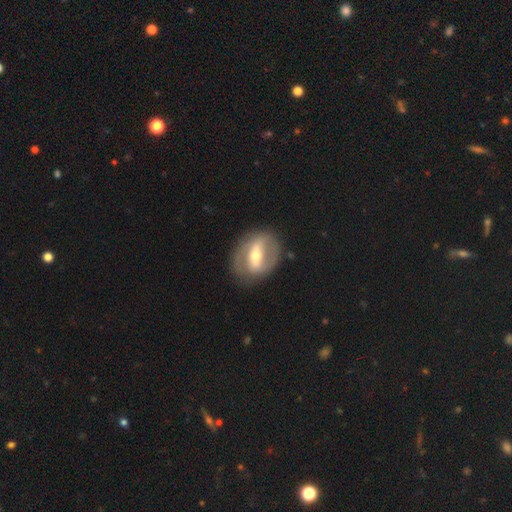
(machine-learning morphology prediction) type=featured or disk (70%); edge-on=no (89%); bar=strong (65%); spiral arms=no (58%); bulge=moderate (61%); merging=none (80%).